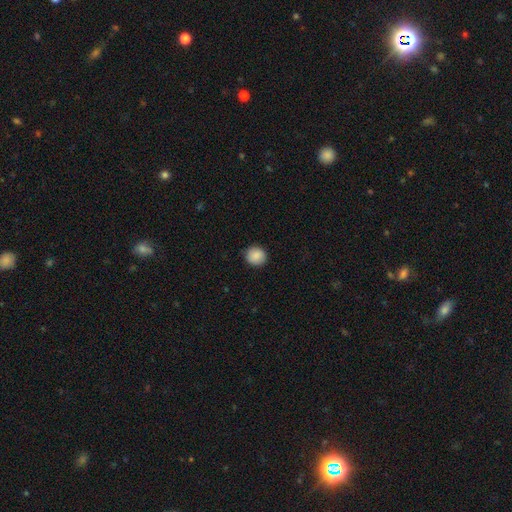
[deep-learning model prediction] Morphology: type=smooth (89%); roundness=round (91%); merging=none (91%).